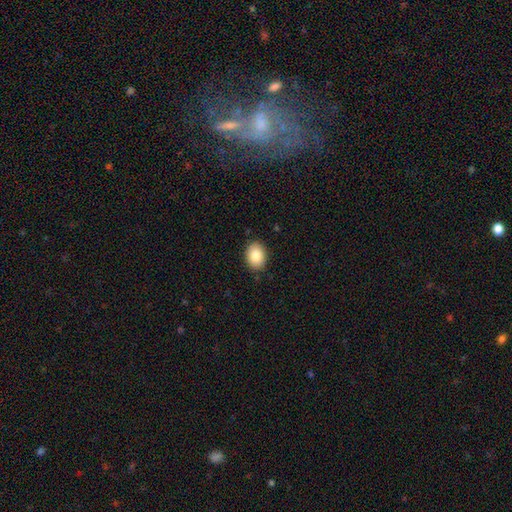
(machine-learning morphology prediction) This appears to be a smooth galaxy with no disk features (84%) that is in between round and cigar-shaped (70%). Merging: none (89%).